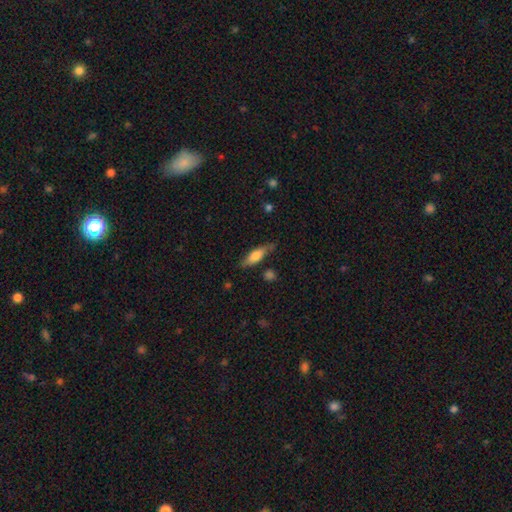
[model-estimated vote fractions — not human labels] The model was most divided on "how rounded": cigar-shaped: 49%, in between: 48%, round: 3%. More confident: merging — none (71%); smooth or featured — smooth (64%).